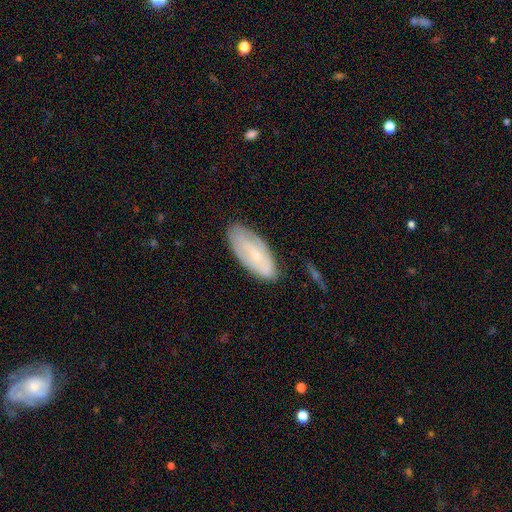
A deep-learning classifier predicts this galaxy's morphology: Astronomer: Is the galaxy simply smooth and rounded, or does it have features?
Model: featured or disk — 49% (runner-up: smooth, 44%).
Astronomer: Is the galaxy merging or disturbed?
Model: none — 77%.